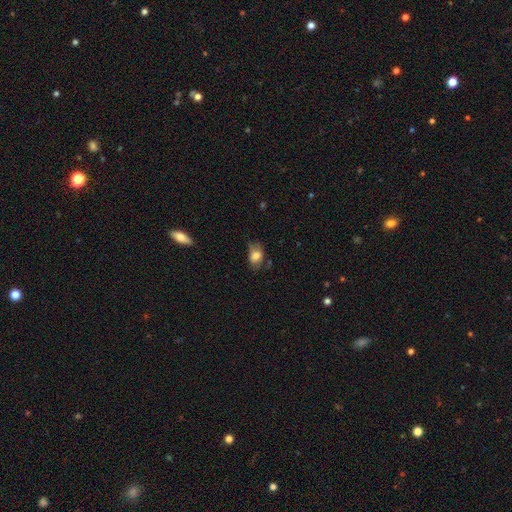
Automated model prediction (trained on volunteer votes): Smooth or featured? Predicted: smooth (p=0.73). How rounded? Predicted: in between (p=0.76). Merging? Predicted: none (p=0.47).